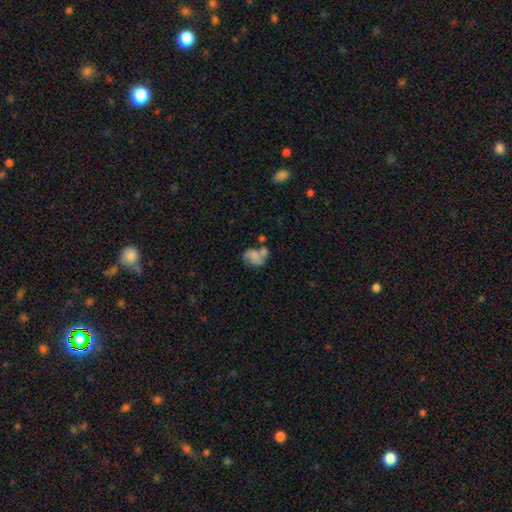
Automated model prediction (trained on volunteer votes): Morphology: type=smooth (57%); roundness=in between (63%); merging=merger (38%).